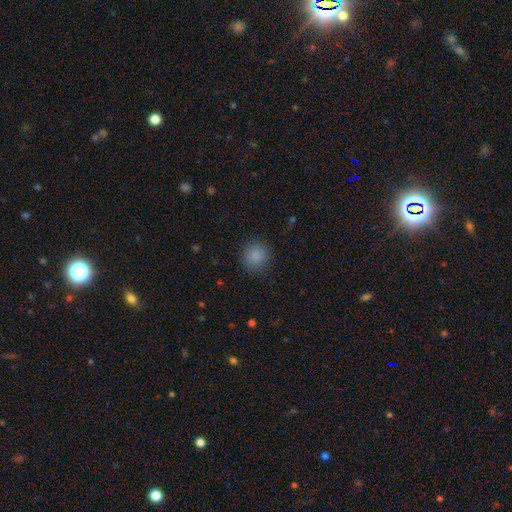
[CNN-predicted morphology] A smooth galaxy with no disk features (86%) that is round (90%). Merging: none (87%).